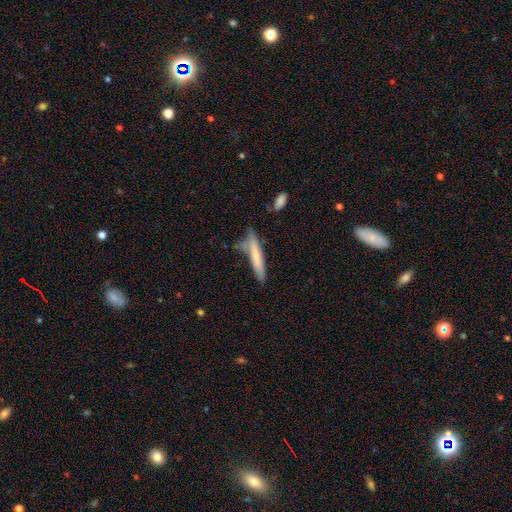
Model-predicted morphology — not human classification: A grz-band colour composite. It shows a smooth galaxy with no disk features (66%) that is cigar-shaped (91%). Merging: none (63%).